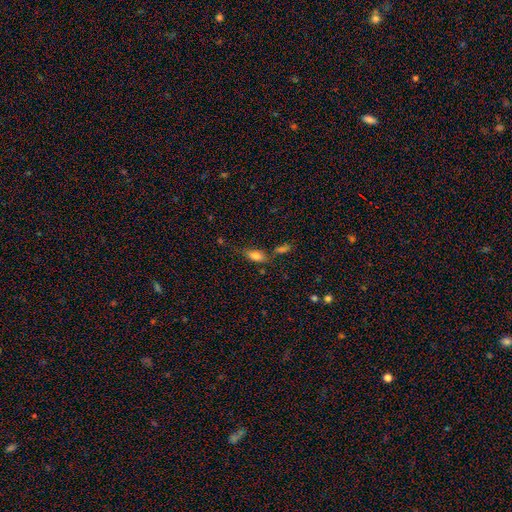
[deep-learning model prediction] smooth-or-featured: smooth: 77% | featured or disk: 13% | star or artifact: 10%
  how-rounded: in between: 85% | cigar-shaped: 10% | round: 5%
  merging: none: 60% | minor disturbance: 20% | merger: 13% | major disturbance: 7%